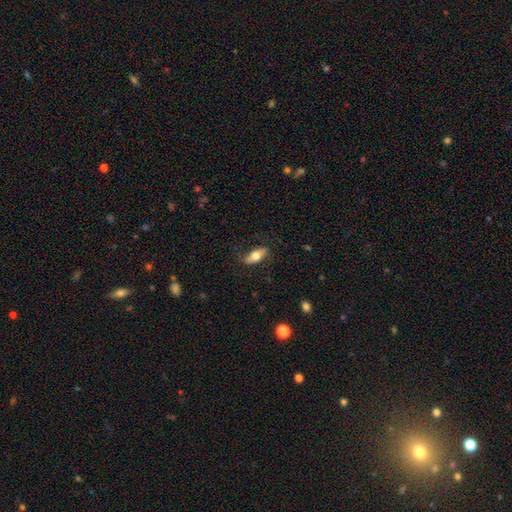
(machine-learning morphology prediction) smooth-or-featured: smooth: 67% | featured or disk: 27% | star or artifact: 6%
  how-rounded: in between: 81% | cigar-shaped: 15% | round: 4%
  merging: none: 76% | minor disturbance: 17% | major disturbance: 5% | merger: 1%